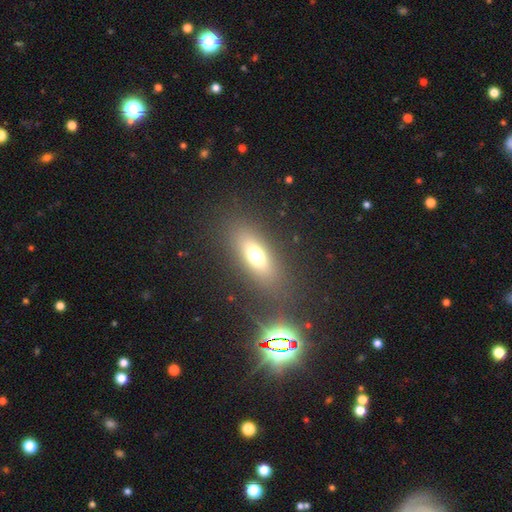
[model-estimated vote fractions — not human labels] Smooth or featured? smooth (66%)
How rounded? in between (70%)
Merging? none (81%)